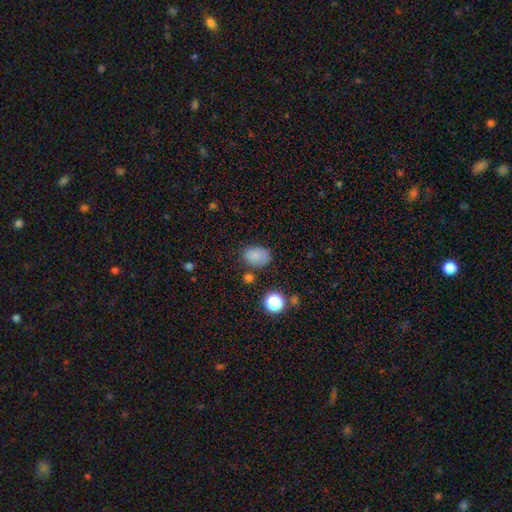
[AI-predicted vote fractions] smooth_or_featured: smooth (p=0.81) [alt: star or artifact p=0.12]
how_rounded: in between (p=0.78) [alt: round p=0.21]
merging: none (p=0.72) [alt: minor disturbance p=0.18]